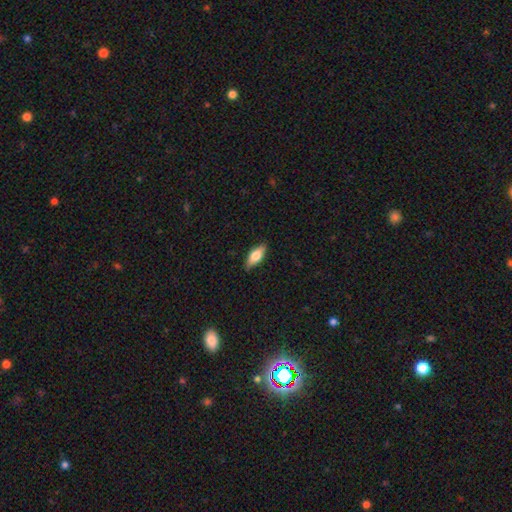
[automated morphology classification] This appears to be a smooth galaxy with no disk features (71%) that is in between round and cigar-shaped (75%). Merging: none (86%).